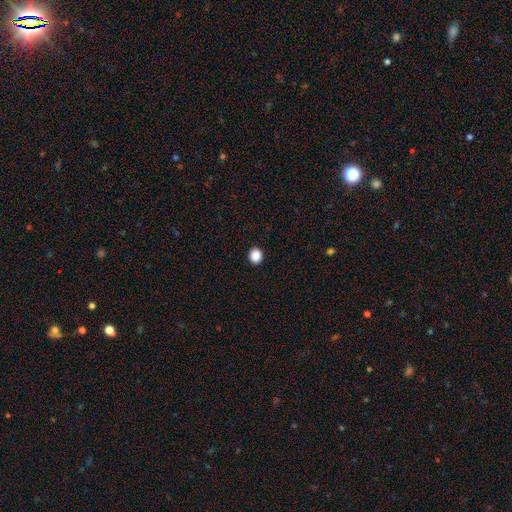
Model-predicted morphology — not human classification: Smooth or featured: smooth — 89% (star or artifact — 9%)
How rounded: round — 73% (in between — 26%)
Merging: none — 92% (minor disturbance — 5%)